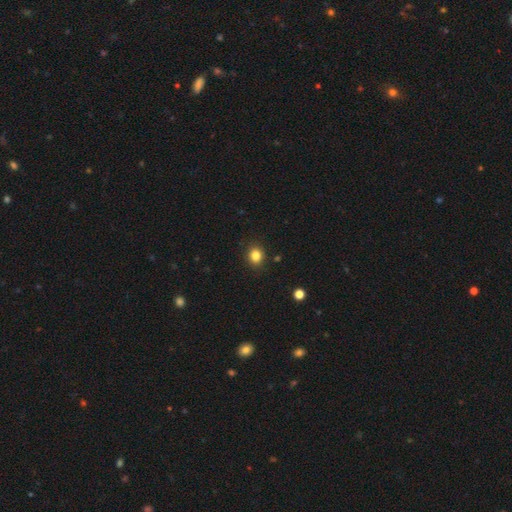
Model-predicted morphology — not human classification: A smooth galaxy with no disk features (83%) that is round (75%). Merging: none (89%).